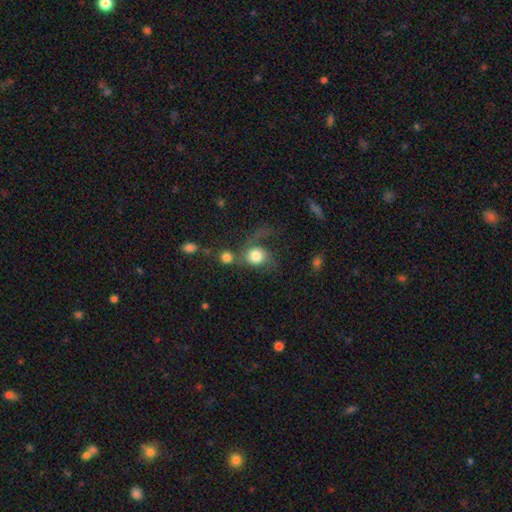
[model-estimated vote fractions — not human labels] Smooth or featured? Predicted: smooth (p=0.70). How rounded? Predicted: round (p=0.77). Merging? Predicted: merger (p=0.29).